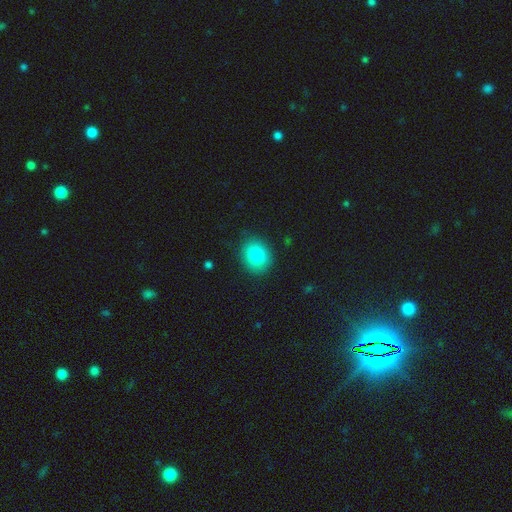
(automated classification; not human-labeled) smooth-or-featured: smooth: 82% | star or artifact: 9% | featured or disk: 9%
  how-rounded: round: 69% | in between: 30% | cigar-shaped: 1%
  merging: none: 87% | minor disturbance: 10% | major disturbance: 3% | merger: 1%